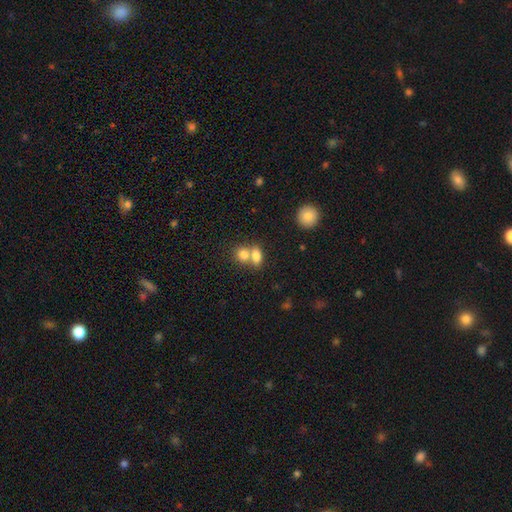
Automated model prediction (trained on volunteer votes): smooth_or_featured: smooth (p=0.79) [alt: featured or disk p=0.12]
how_rounded: in between (p=0.72) [alt: round p=0.24]
merging: merger (p=0.58) [alt: none p=0.32]